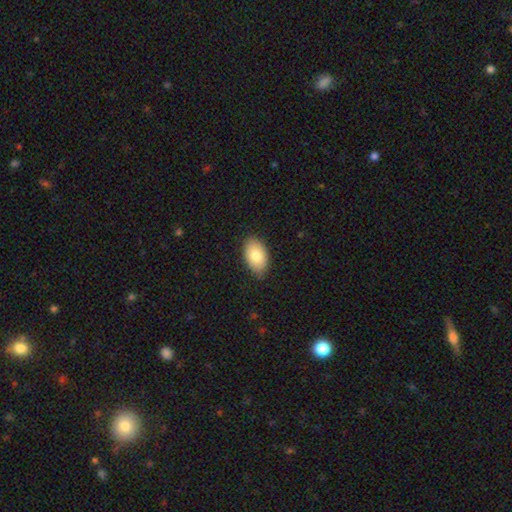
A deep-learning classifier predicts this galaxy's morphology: Smooth or featured: smooth — 78% (featured or disk — 15%)
How rounded: in between — 92% (round — 7%)
Merging: none — 82% (minor disturbance — 15%)